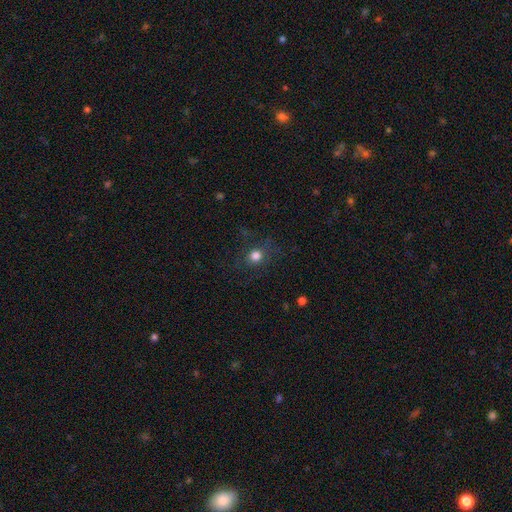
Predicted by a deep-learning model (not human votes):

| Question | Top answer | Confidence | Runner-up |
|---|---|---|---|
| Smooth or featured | smooth | 73% | star or artifact (16%) |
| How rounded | round | 82% | in between (17%) |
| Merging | none | 78% | minor disturbance (13%) |